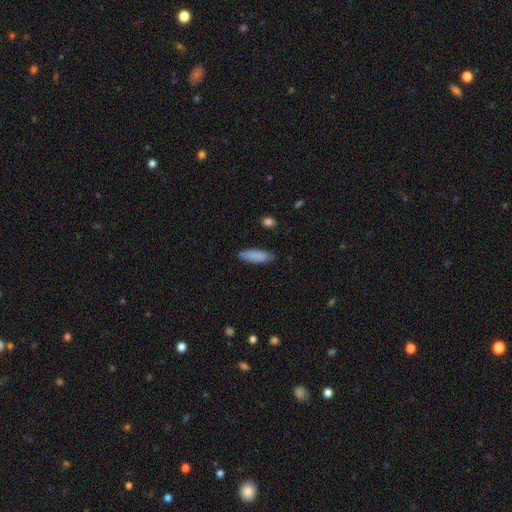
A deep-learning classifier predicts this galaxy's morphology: A smooth galaxy with no disk features (87%) that is in between round and cigar-shaped (51%). Merging: none (83%).